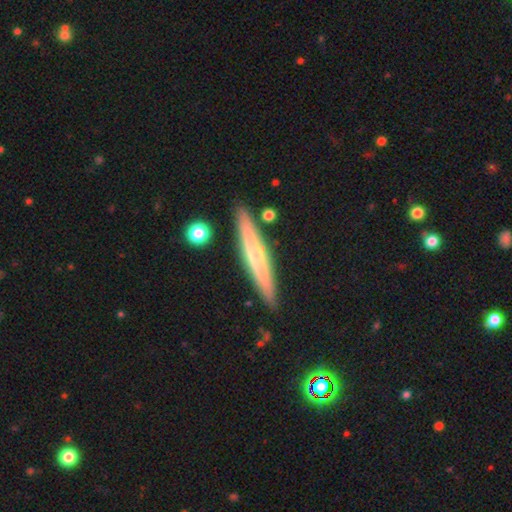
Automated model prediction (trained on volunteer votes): The model was most divided on "smooth or featured": featured or disk: 58%, smooth: 36%, star or artifact: 7%. More confident: edge-on disk — yes (95%); merging — none (88%); edge-on bulge — rounded (67%).